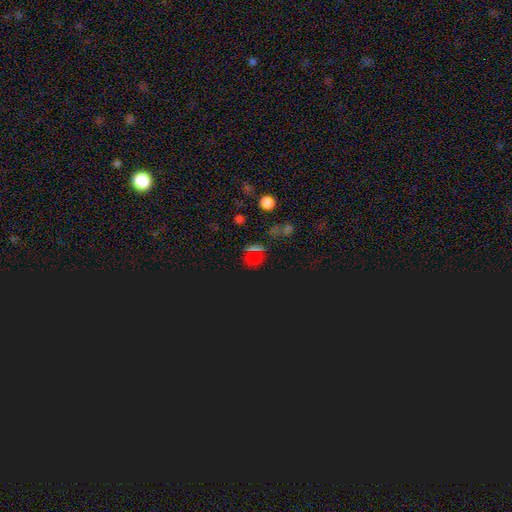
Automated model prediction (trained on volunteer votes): Q: Smooth or featured?
A: star or artifact (62%); runner-up: smooth (31%)